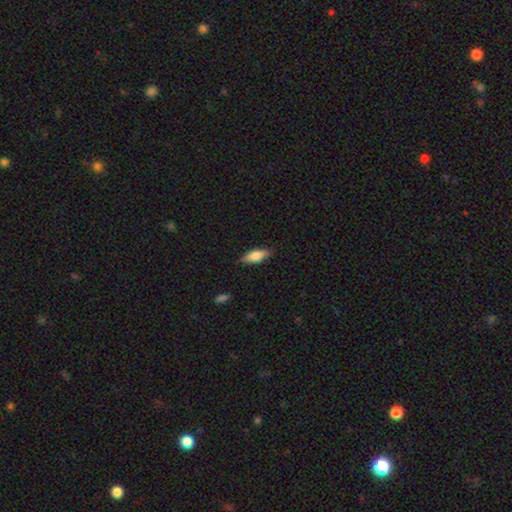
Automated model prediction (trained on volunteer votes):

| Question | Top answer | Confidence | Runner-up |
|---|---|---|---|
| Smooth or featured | smooth | 66% | featured or disk (28%) |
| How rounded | in between | 63% | cigar-shaped (34%) |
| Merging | none | 84% | minor disturbance (12%) |